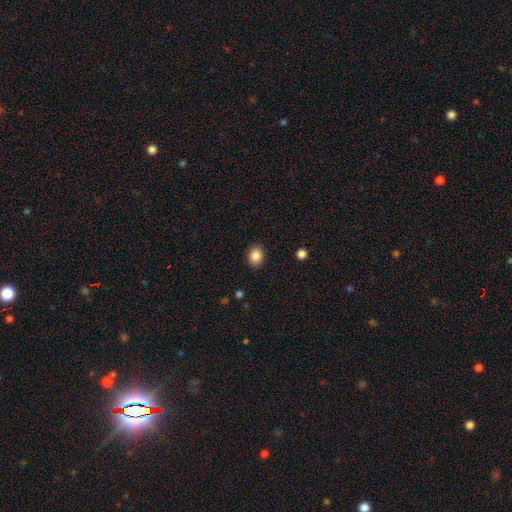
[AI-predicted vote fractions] A smooth galaxy with no disk features (88%) that is in between round and cigar-shaped (54%).

Vote fractions:
- Smooth or featured? smooth: 88% / star or artifact: 9% / featured or disk: 3%
- How rounded? in between: 54% / round: 45% / cigar-shaped: 1%
- Merging? none: 88% / minor disturbance: 8% / major disturbance: 2% / merger: 1%